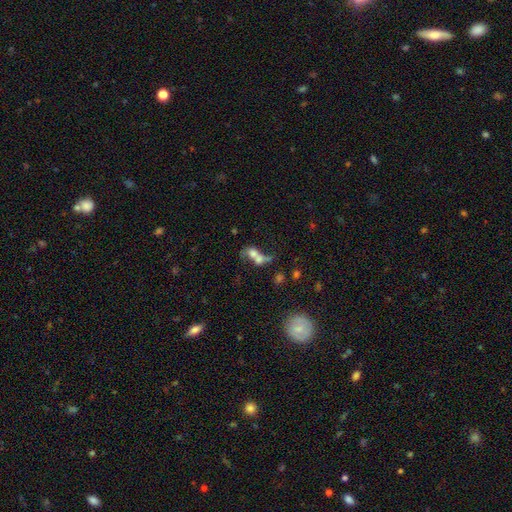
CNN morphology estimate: This appears to be a smooth galaxy with no disk features (60%) that is in between round and cigar-shaped (57%). Merging: merger (70%).